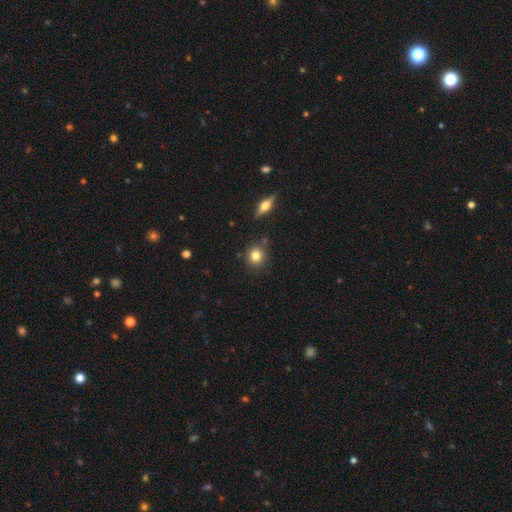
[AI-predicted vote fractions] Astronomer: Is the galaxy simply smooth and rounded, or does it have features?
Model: smooth — 80%.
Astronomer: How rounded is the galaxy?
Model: round — 86%.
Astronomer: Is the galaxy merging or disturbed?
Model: none — 81%.